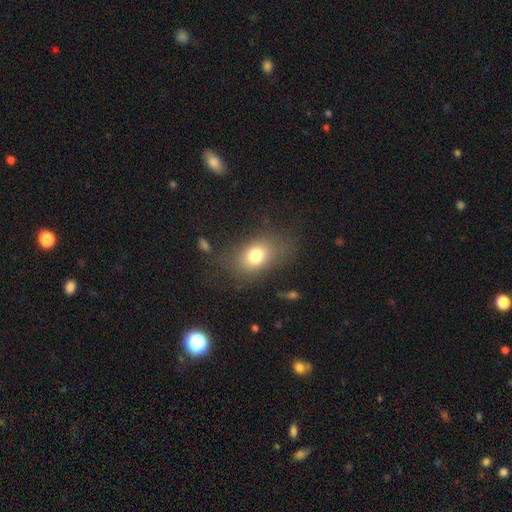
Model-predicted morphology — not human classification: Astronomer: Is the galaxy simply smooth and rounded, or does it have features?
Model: smooth — 76%.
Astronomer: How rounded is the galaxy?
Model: in between — 72%.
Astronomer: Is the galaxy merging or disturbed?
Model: none — 69%.